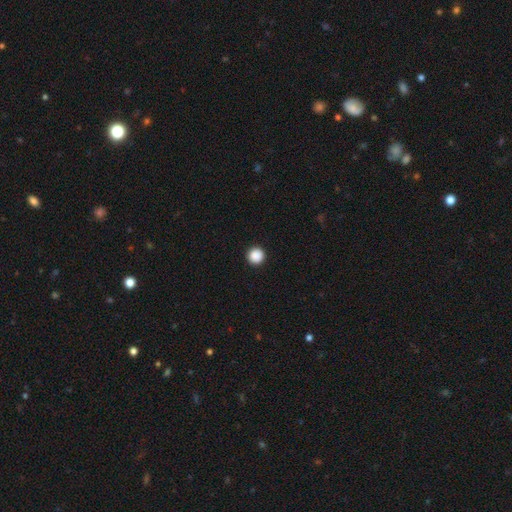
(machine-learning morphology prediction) This appears to be a smooth galaxy with no disk features (89%) that is round (97%). Merging: none (94%).